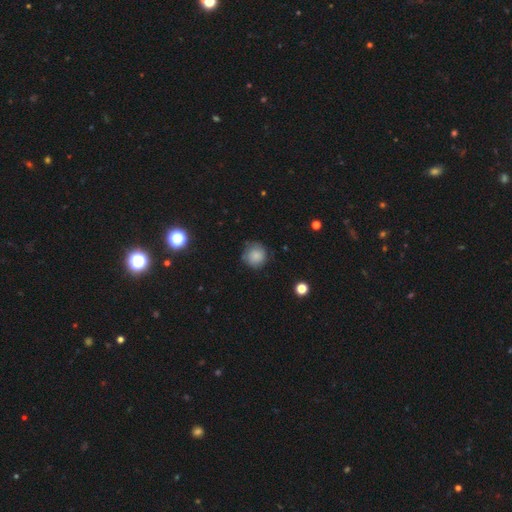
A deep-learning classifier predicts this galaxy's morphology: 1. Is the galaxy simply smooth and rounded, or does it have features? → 81% smooth, 10% star or artifact, 9% featured or disk.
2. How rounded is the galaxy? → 90% round, 9% in between, 1% cigar-shaped.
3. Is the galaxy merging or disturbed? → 72% none, 21% minor disturbance, 6% major disturbance, 1% merger.